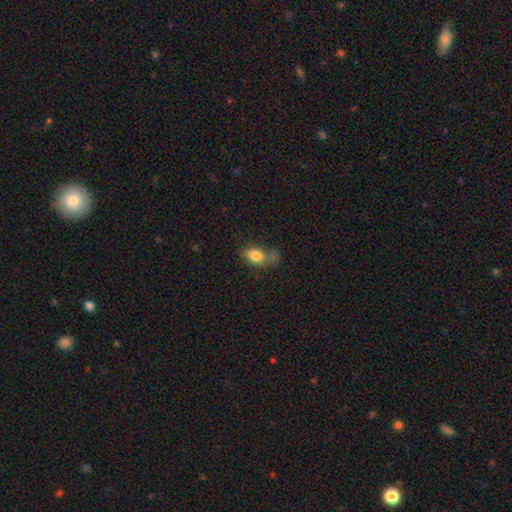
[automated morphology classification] Smooth or featured? Predicted: smooth (p=0.82). How rounded? Predicted: in between (p=0.81). Merging? Predicted: none (p=0.41).